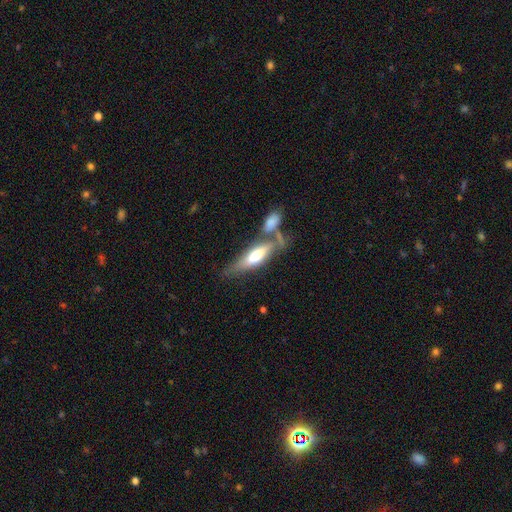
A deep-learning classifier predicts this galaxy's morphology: Smooth or featured? smooth (52%)
How rounded? cigar-shaped (54%)
Merging? none (42%)